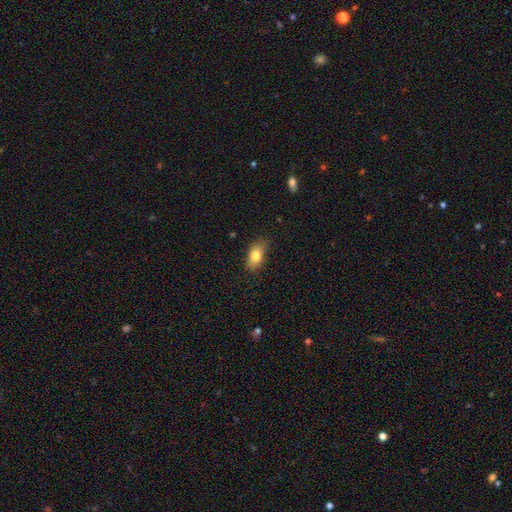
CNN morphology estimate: Smooth or featured?
  - smooth: 80% *
  - featured or disk: 12%
  - star or artifact: 8%
How rounded?
  - in between: 85% *
  - round: 7%
  - cigar-shaped: 7%
Merging?
  - none: 78% *
  - minor disturbance: 17%
  - major disturbance: 3%
  - merger: 1%